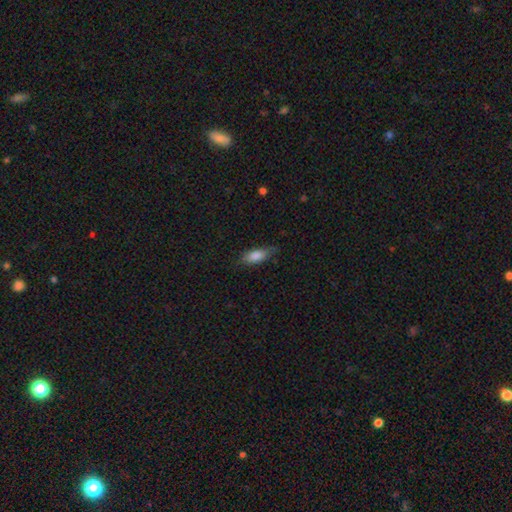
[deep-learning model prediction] A smooth galaxy with no disk features (79%) that is in between round and cigar-shaped (74%).

Vote fractions:
- Smooth or featured? smooth: 79% / featured or disk: 14% / star or artifact: 7%
- How rounded? in between: 74% / cigar-shaped: 24% / round: 3%
- Merging? none: 71% / minor disturbance: 23% / major disturbance: 5% / merger: 1%